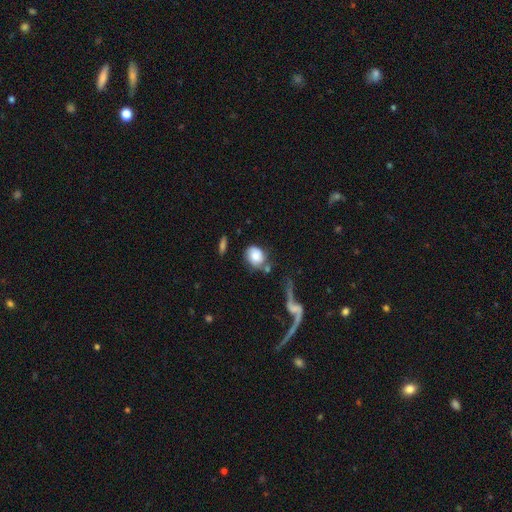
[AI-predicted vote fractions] The model was most divided on "how rounded": round: 62%, in between: 36%, cigar-shaped: 2%. Remaining: smooth or featured — smooth (72%); merging — none (47%).